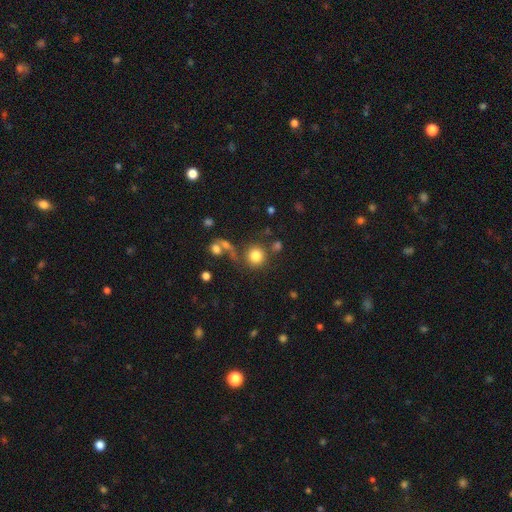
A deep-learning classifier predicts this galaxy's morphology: Q: Smooth or featured?
A: smooth (80%); runner-up: star or artifact (12%)
Q: How rounded?
A: round (92%); runner-up: in between (7%)
Q: Merging?
A: none (73%); runner-up: merger (12%)